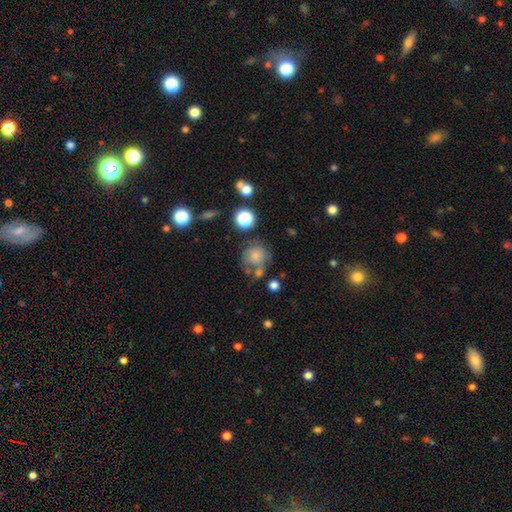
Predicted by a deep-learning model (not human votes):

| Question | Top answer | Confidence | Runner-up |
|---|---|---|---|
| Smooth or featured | smooth | 72% | featured or disk (15%) |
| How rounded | round | 83% | in between (16%) |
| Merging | none | 53% | minor disturbance (19%) |